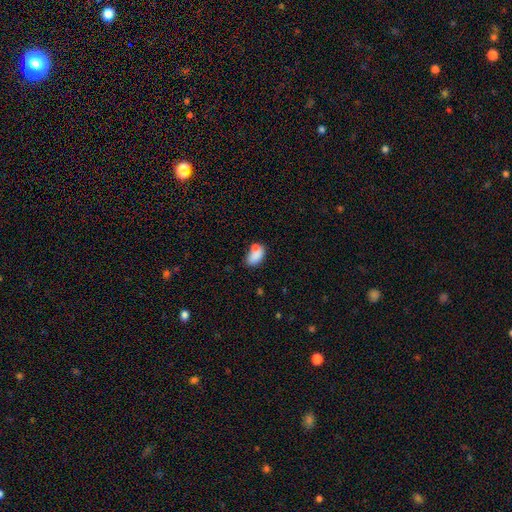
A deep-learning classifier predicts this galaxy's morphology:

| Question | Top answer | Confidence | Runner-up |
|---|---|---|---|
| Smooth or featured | smooth | 79% | featured or disk (12%) |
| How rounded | in between | 88% | round (10%) |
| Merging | none | 42% | merger (33%) |